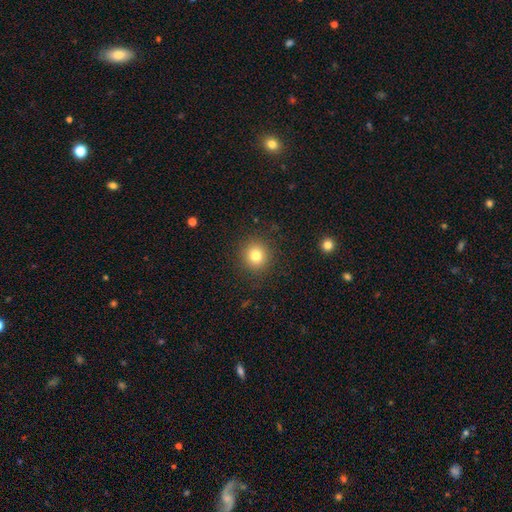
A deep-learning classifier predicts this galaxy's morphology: smooth 80%, star or artifact 12%, featured or disk 8%. Down the decision tree: how rounded — round (91%); merging — none (89%).